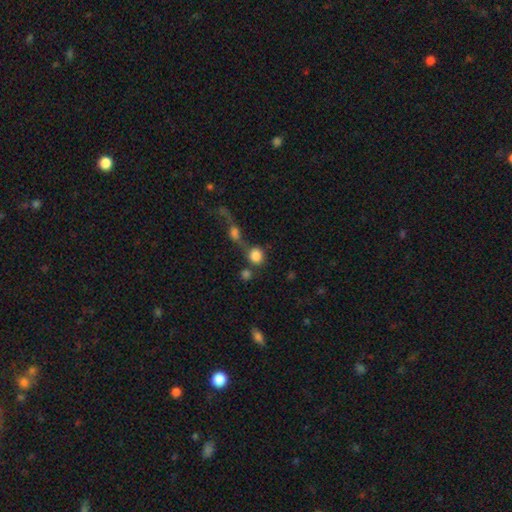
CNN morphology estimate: type=smooth (82%); roundness=round (84%); merging=merger (42%).